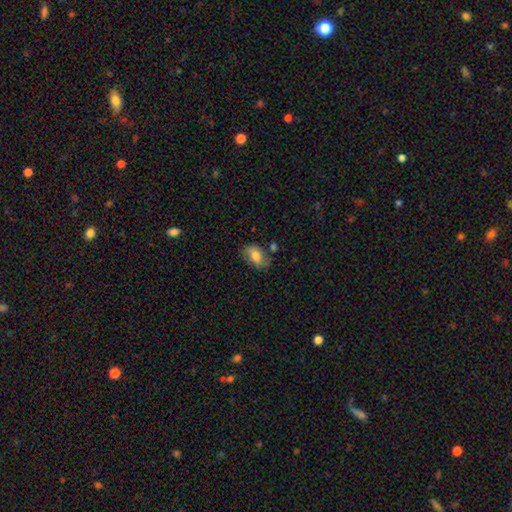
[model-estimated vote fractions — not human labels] smooth-or-featured: smooth: 71% | featured or disk: 21% | star or artifact: 8%
  how-rounded: in between: 87% | round: 11% | cigar-shaped: 2%
  merging: none: 69% | minor disturbance: 20% | merger: 6% | major disturbance: 5%